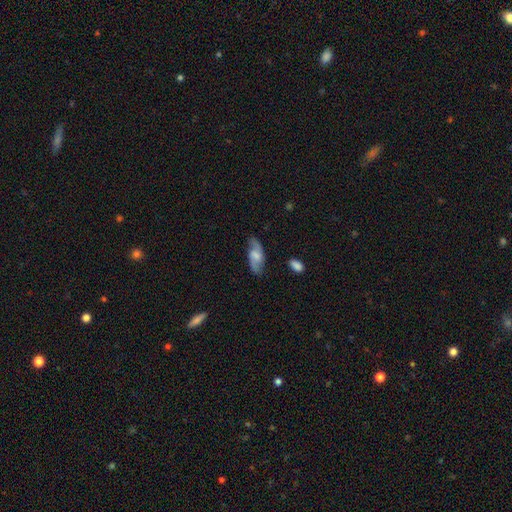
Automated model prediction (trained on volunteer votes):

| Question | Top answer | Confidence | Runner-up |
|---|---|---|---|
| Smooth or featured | featured or disk | 62% | smooth (31%) |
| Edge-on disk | no | 91% | yes (9%) |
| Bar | weak | 47% | no (40%) |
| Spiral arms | yes | 90% | no (10%) |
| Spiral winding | loose | 46% | medium (40%) |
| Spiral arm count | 2 | 87% | can't tell (7%) |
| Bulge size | moderate | 39% | small (29%) |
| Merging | none | 75% | minor disturbance (17%) |